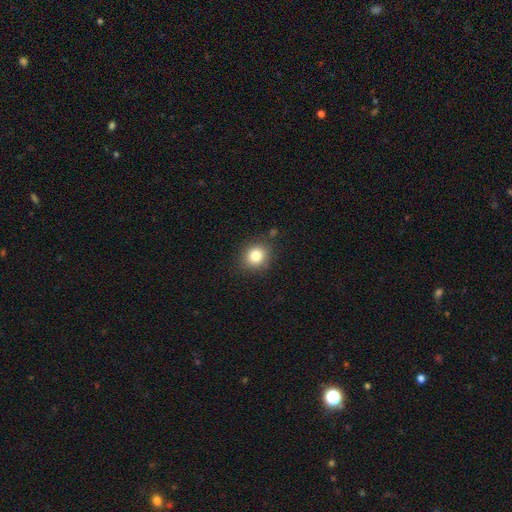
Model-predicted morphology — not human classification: The model was most divided on "how rounded": round: 76%, in between: 23%, cigar-shaped: 1%. More confident: merging — none (84%); smooth or featured — smooth (81%).